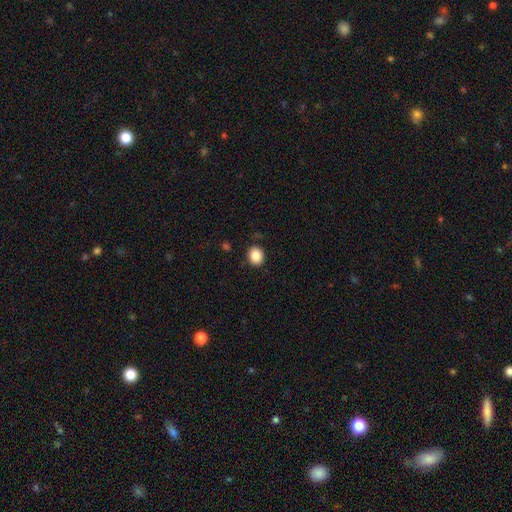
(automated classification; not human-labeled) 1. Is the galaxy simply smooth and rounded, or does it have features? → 87% smooth, 9% star or artifact, 4% featured or disk.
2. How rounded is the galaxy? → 64% round, 35% in between, 1% cigar-shaped.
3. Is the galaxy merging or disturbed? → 87% none, 9% minor disturbance, 2% major disturbance, 1% merger.